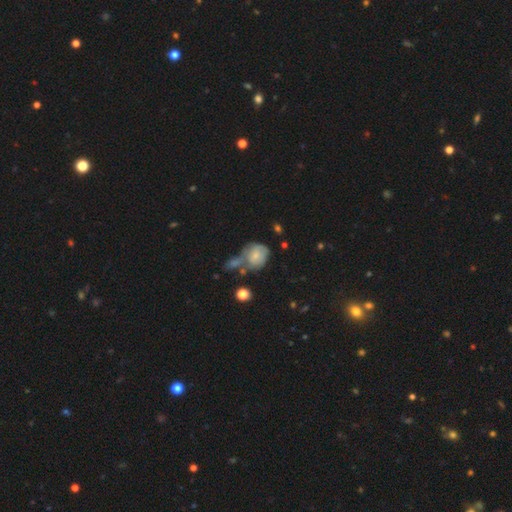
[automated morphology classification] smooth 57%, featured or disk 34%, star or artifact 9%. Down the decision tree: how rounded — round (63%); merging — merger (35%).